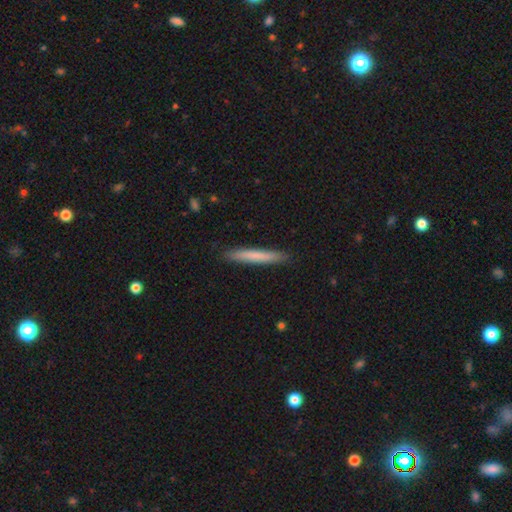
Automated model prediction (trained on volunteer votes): The model was most divided on "smooth or featured": smooth: 75%, featured or disk: 20%, star or artifact: 6%. More confident: how rounded — cigar-shaped (96%); merging — none (90%).